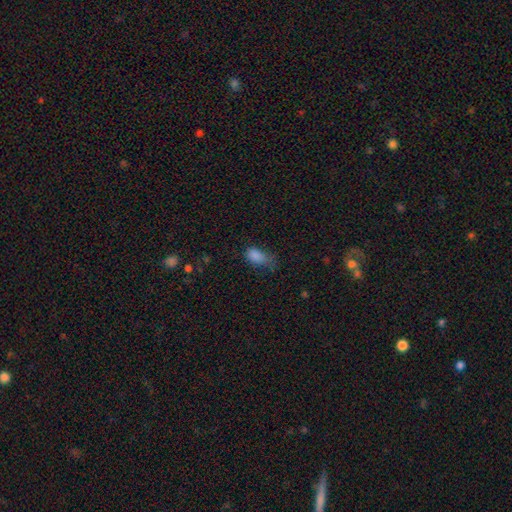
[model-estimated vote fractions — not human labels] Smooth or featured? Predicted: smooth (p=0.83). How rounded? Predicted: in between (p=0.88). Merging? Predicted: minor disturbance (p=0.38).